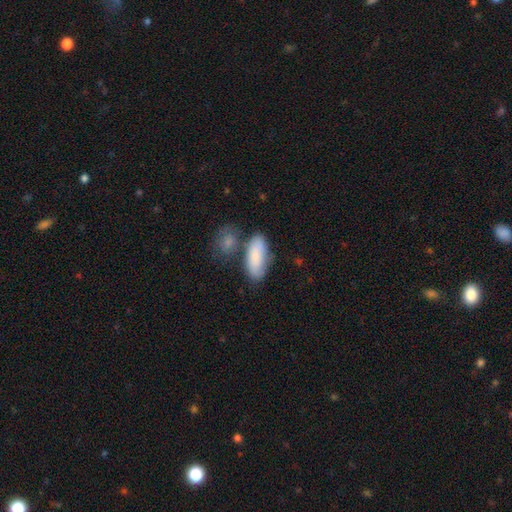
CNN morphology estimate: Overall: smooth (80%). How rounded: in between (82%). Merging: none (56%; merger 21%).